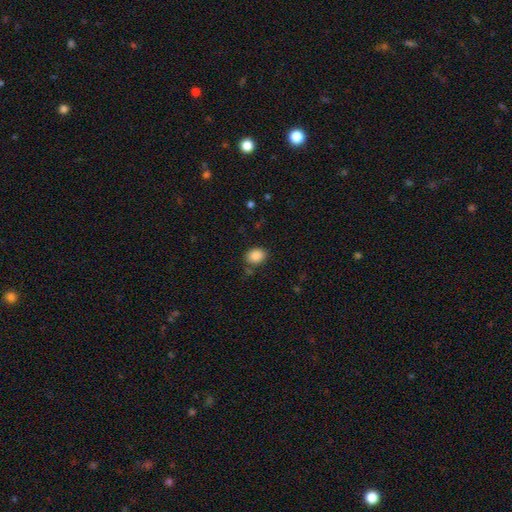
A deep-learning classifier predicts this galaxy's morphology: smooth 87%, star or artifact 9%, featured or disk 4%. Down the decision tree: how rounded — in between (57%); merging — none (79%).